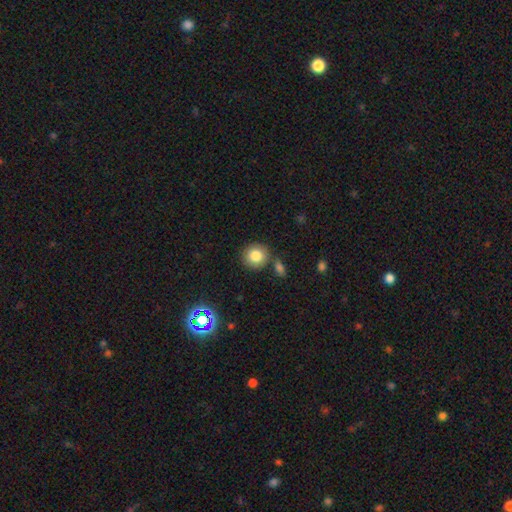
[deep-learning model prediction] smooth_or_featured: smooth (p=0.83) [alt: star or artifact p=0.10]
how_rounded: round (p=0.90) [alt: in between p=0.09]
merging: none (p=0.79) [alt: minor disturbance p=0.09]